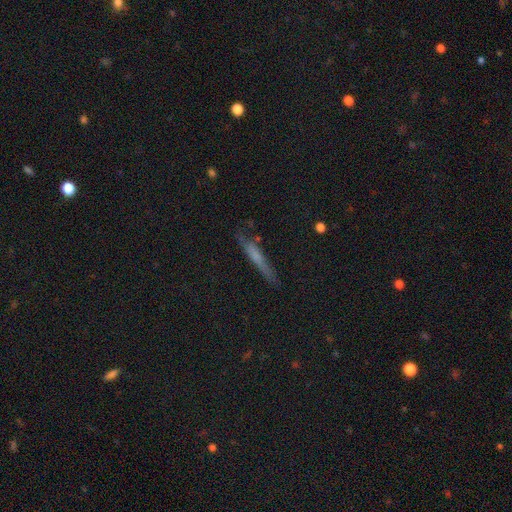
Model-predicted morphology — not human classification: smooth 48%, featured or disk 40%, star or artifact 12%. Down the decision tree: merging — none (74%).